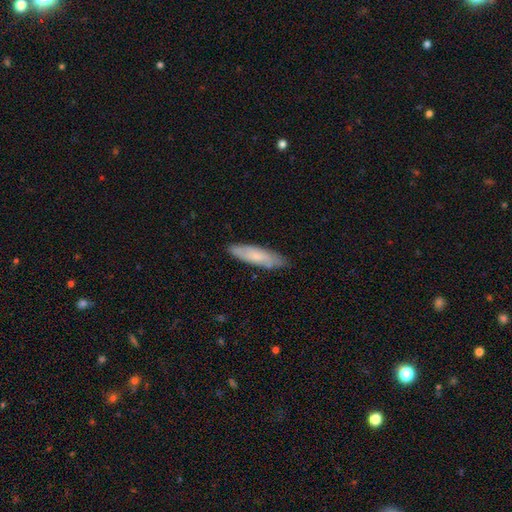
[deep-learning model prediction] smooth 70%, featured or disk 24%, star or artifact 6%. Down the decision tree: how rounded — cigar-shaped (68%); merging — none (82%).